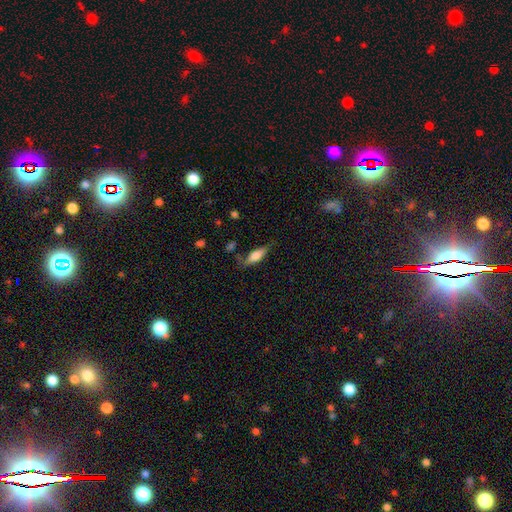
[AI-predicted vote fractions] The model was most divided on "how rounded": in between: 59%, cigar-shaped: 39%, round: 3%. More confident: merging — none (67%); smooth or featured — smooth (65%).